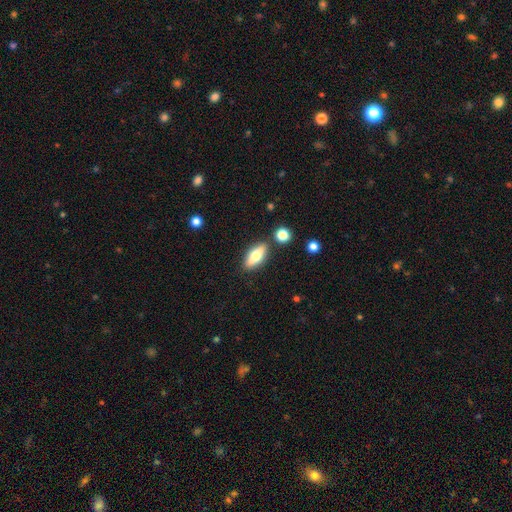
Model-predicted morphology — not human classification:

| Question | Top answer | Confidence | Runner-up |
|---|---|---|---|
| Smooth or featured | smooth | 56% | featured or disk (37%) |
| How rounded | in between | 64% | cigar-shaped (32%) |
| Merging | none | 84% | minor disturbance (9%) |